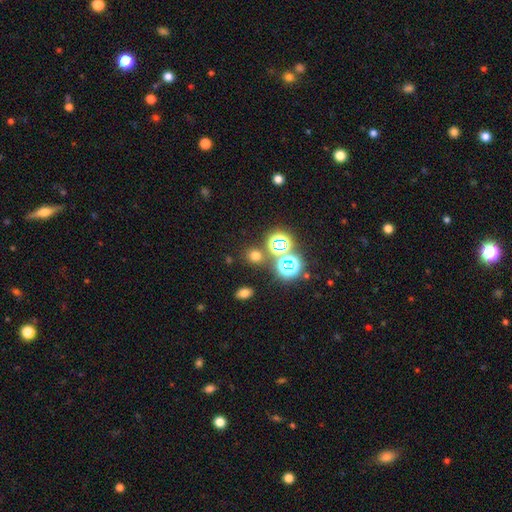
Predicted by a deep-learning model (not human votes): Overall: smooth (61%; star or artifact 33%). How rounded: round (80%). Merging: none (80%).